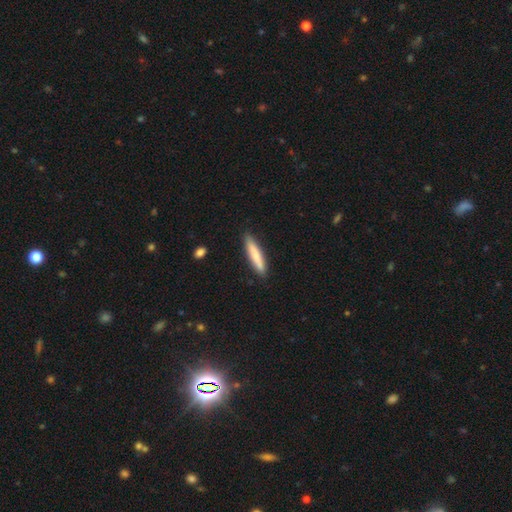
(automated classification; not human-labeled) Overall: smooth (75%). How rounded: cigar-shaped (90%). Merging: none (89%).